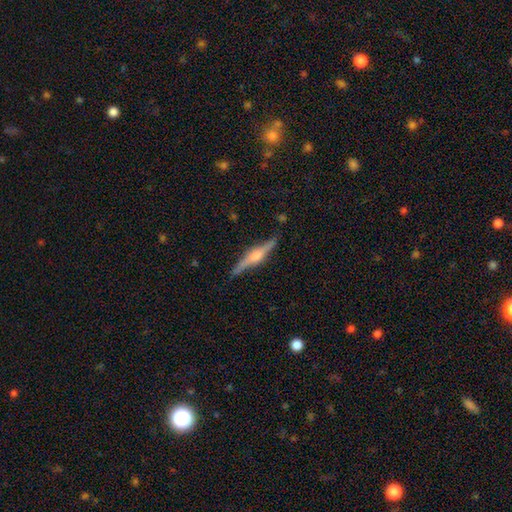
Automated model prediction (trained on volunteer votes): Morphology: type=featured or disk (78%); edge-on=yes (97%); edge-on bulge=rounded (85%); merging=none (86%).